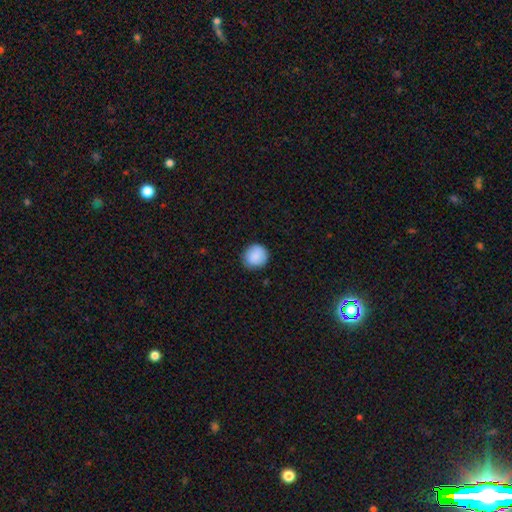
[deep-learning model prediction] Smooth or featured?
  - smooth: 88% *
  - star or artifact: 7%
  - featured or disk: 5%
How rounded?
  - round: 91% *
  - in between: 8%
  - cigar-shaped: 1%
Merging?
  - none: 85% *
  - minor disturbance: 11%
  - major disturbance: 2%
  - merger: 1%